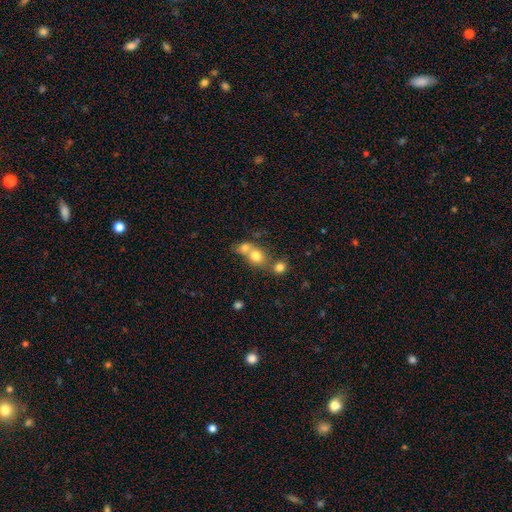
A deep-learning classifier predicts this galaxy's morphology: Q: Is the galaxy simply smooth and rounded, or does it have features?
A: smooth — 75%.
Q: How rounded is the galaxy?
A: round — 70%.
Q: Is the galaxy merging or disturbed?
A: merger — 59%.